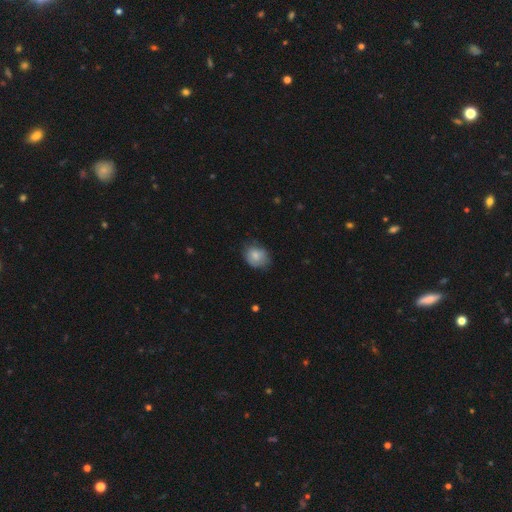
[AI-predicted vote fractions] Q: Smooth or featured?
A: smooth (75%); runner-up: featured or disk (17%)
Q: How rounded?
A: round (51%); runner-up: in between (48%)
Q: Merging?
A: none (66%); runner-up: minor disturbance (27%)